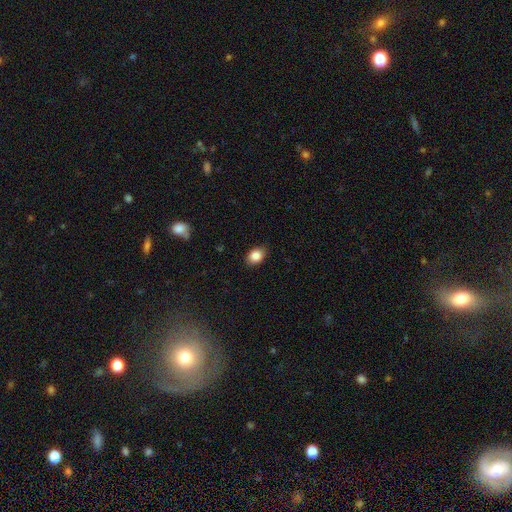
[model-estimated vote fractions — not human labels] This is clearly a smooth galaxy (86%). How rounded: likely in between (73%). Merging: clearly none (84%).